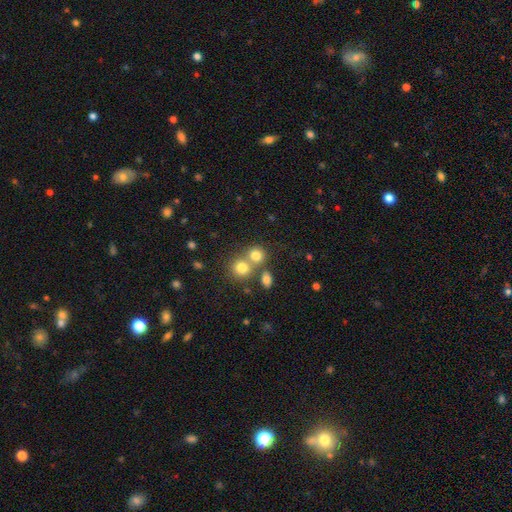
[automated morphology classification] Smooth or featured? smooth (77%)
How rounded? round (81%)
Merging? none (49%)